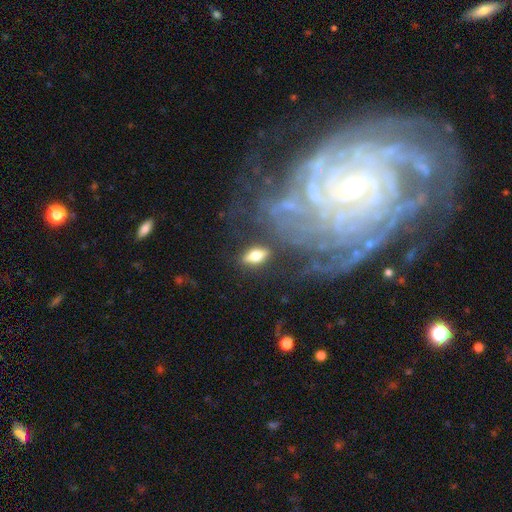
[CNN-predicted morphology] Overall: smooth (60%; featured or disk 32%). How rounded: in between (78%). Merging: none (78%).